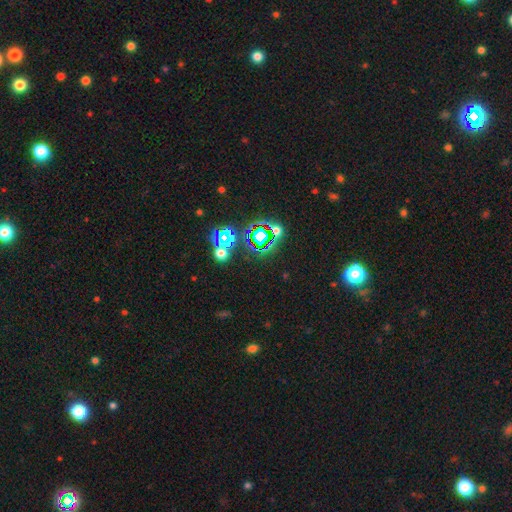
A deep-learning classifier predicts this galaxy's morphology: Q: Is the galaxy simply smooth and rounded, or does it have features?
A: star or artifact — 63%.